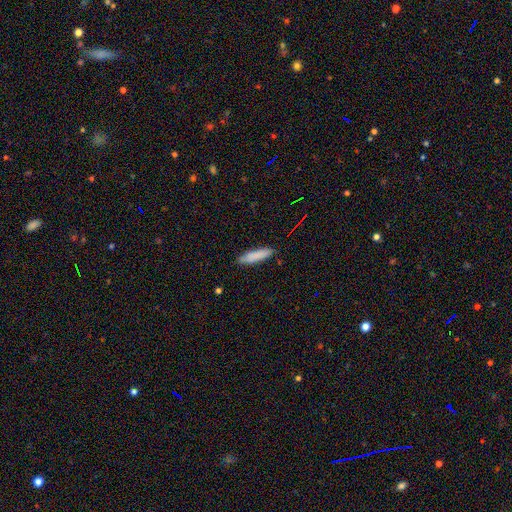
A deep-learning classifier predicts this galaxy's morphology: Overall: smooth (85%). How rounded: cigar-shaped (76%). Merging: none (86%).